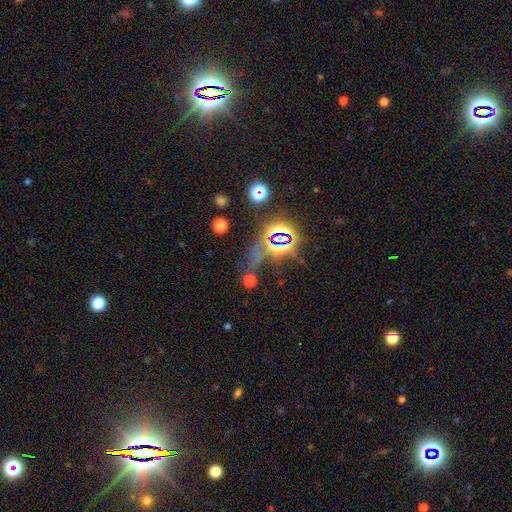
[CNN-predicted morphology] Overall: star or artifact (70%).